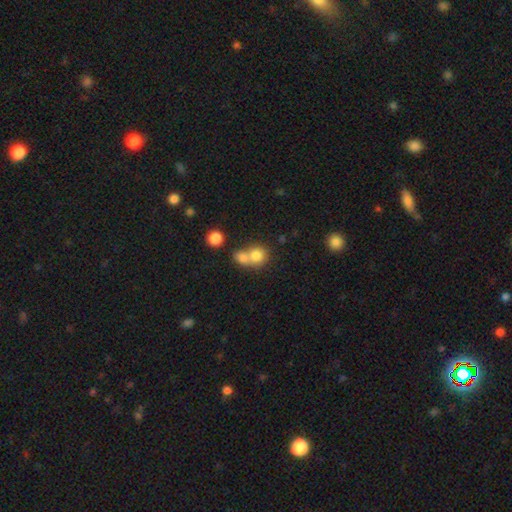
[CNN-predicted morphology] Smooth or featured? Predicted: smooth (p=0.78). How rounded? Predicted: round (p=0.77). Merging? Predicted: merger (p=0.57).